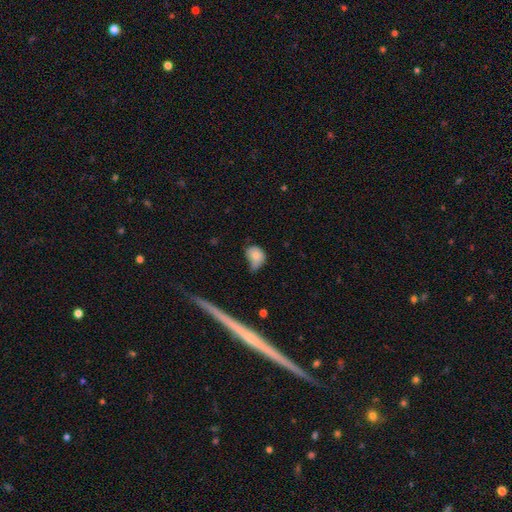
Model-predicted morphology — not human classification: A smooth galaxy with no disk features (76%) that is round (49%, tied with in between).

Vote fractions:
- Smooth or featured? smooth: 76% / featured or disk: 16% / star or artifact: 8%
- How rounded? round: 49% (tied) / in between: 49% (tied) / cigar-shaped: 2%
- Merging? minor disturbance: 44% / none: 30% / major disturbance: 21% / merger: 6%